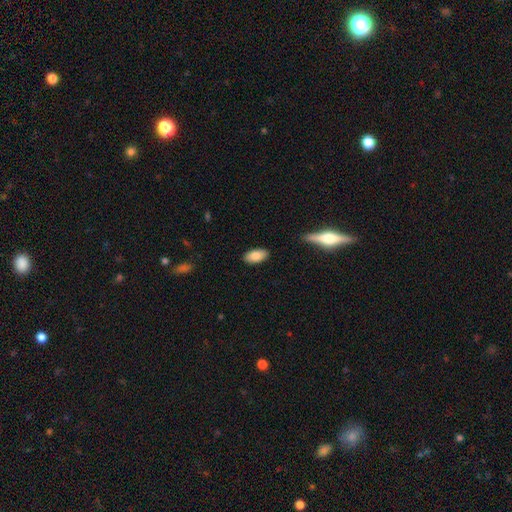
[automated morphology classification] The model was most divided on "smooth or featured": smooth: 84%, featured or disk: 10%, star or artifact: 7%. More confident: how rounded — in between (93%); merging — none (86%).